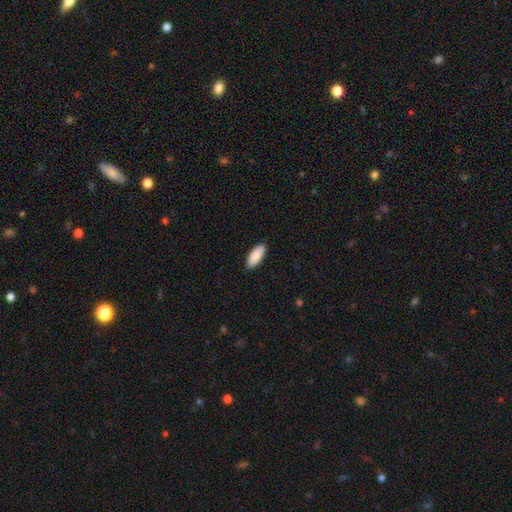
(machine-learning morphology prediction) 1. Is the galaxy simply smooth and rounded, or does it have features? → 88% smooth, 6% featured or disk, 5% star or artifact.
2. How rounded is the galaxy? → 84% in between, 15% cigar-shaped, 2% round.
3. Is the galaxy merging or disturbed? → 90% none, 8% minor disturbance, 2% major disturbance, 1% merger.